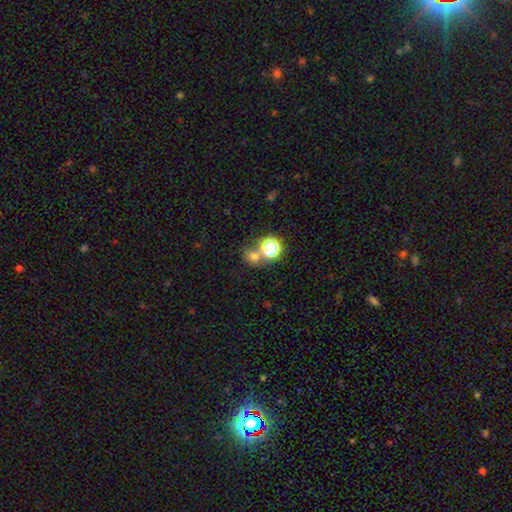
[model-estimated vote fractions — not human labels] Smooth or featured: smooth — 57% (star or artifact — 33%)
How rounded: round — 80% (in between — 19%)
Merging: none — 59% (merger — 29%)